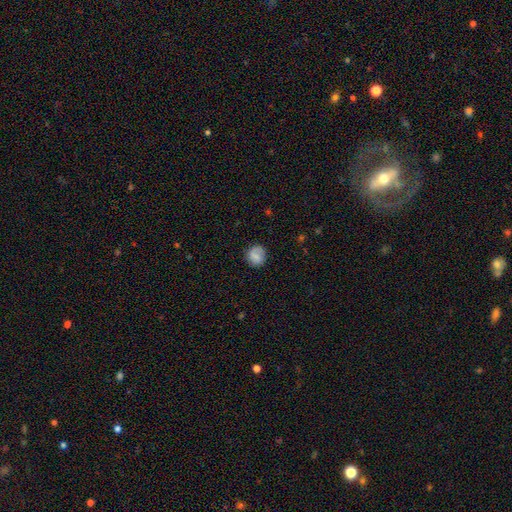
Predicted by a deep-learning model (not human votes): smooth 67%, featured or disk 24%, star or artifact 9%. Down the decision tree: how rounded — round (85%); merging — none (77%).